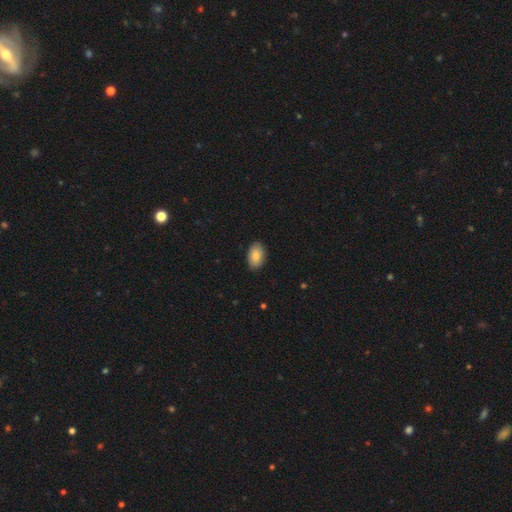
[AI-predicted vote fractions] A smooth galaxy with no disk features (86%) that is in between round and cigar-shaped (93%).

Vote fractions:
- Smooth or featured? smooth: 86% / featured or disk: 8% / star or artifact: 6%
- How rounded? in between: 93% / round: 5% / cigar-shaped: 1%
- Merging? none: 89% / minor disturbance: 8% / major disturbance: 2% / merger: 1%